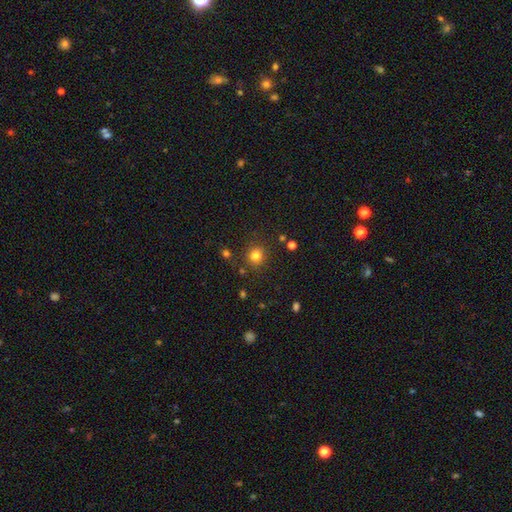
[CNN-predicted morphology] A smooth galaxy with no disk features (80%) that is round (91%). Merging: none (85%).